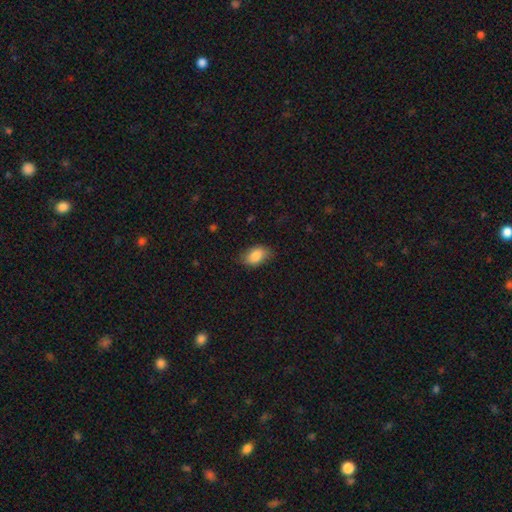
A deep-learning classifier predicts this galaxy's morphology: Q: Smooth or featured?
A: smooth (86%); runner-up: featured or disk (8%)
Q: How rounded?
A: in between (90%); runner-up: round (8%)
Q: Merging?
A: none (78%); runner-up: minor disturbance (17%)